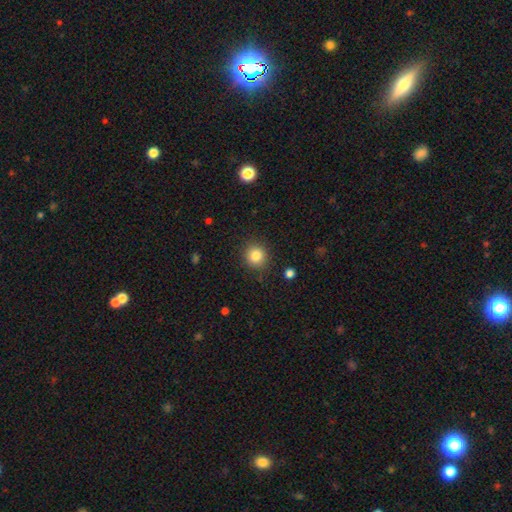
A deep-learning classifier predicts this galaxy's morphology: A smooth galaxy with no disk features (83%) that is round (90%).

Vote fractions:
- Smooth or featured? smooth: 83% / star or artifact: 11% / featured or disk: 6%
- How rounded? round: 90% / in between: 10% / cigar-shaped: 1%
- Merging? none: 88% / minor disturbance: 8% / major disturbance: 3% / merger: 1%